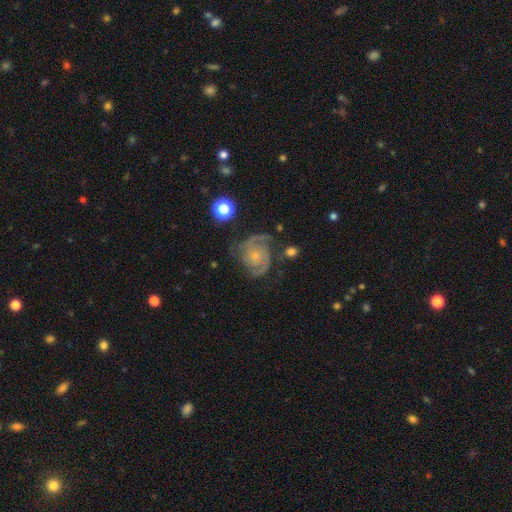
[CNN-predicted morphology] Smooth or featured?
  - featured or disk: 85% *
  - smooth: 8%
  - star or artifact: 7%
Edge-on disk?
  - no: 98% *
  - yes: 2%
Bar?
  - no: 78% *
  - weak: 18%
  - strong: 4%
Spiral arms?
  - yes: 96% *
  - no: 4%
Spiral winding?
  - medium: 44% *
  - tight: 43%
  - loose: 13%
Spiral arm count?
  - 2: 62% *
  - 3: 16%
  - can't tell: 11%
  - 1: 4%
  - 4: 4%
  - more than 4: 3%
Bulge size?
  - small: 74% *
  - moderate: 21%
  - none: 3%
  - large: 1%
  - dominant: 1%
Merging?
  - none: 64% *
  - minor disturbance: 21%
  - major disturbance: 12%
  - merger: 3%